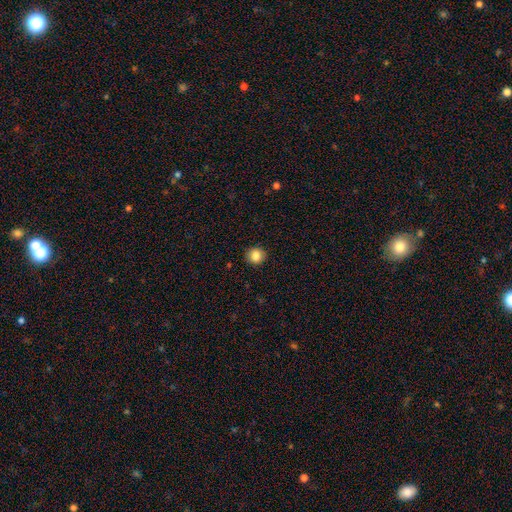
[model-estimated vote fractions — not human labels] Morphology: type=smooth (85%); roundness=round (90%); merging=none (92%).